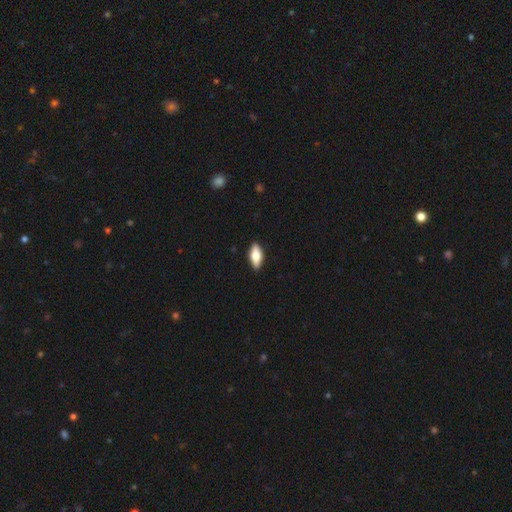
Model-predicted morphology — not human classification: type=smooth (70%); roundness=in between (81%); merging=none (88%).